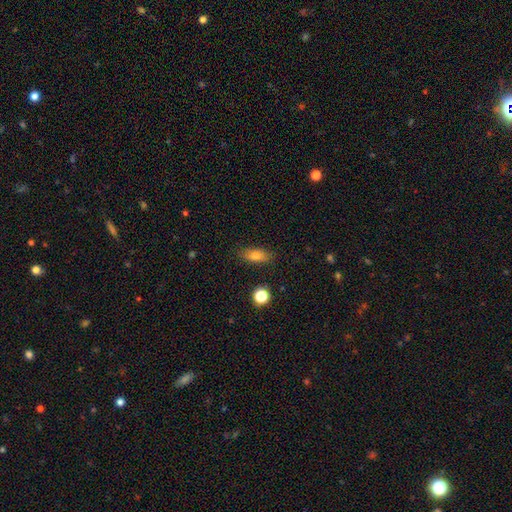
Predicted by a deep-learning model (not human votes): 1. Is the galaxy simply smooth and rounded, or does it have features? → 77% smooth, 14% featured or disk, 9% star or artifact.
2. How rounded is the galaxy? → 73% in between, 21% cigar-shaped, 6% round.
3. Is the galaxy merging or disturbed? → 85% none, 11% minor disturbance, 3% major disturbance, 2% merger.